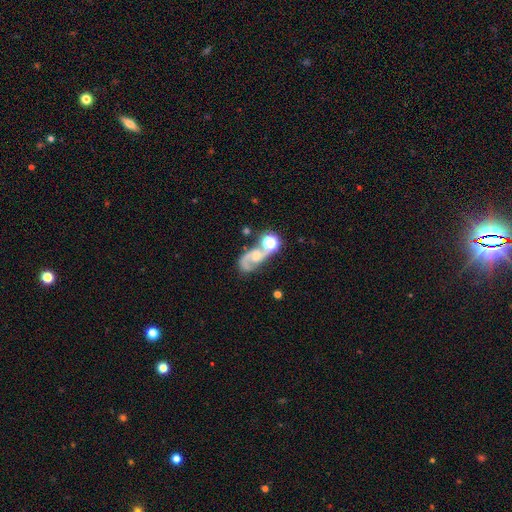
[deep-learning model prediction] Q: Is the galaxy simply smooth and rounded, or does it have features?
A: featured or disk — 76%.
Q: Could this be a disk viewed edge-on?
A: no — 97%.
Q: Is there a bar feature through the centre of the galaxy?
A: no — 58%.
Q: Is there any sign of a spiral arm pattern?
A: yes — 94%.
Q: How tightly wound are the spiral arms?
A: medium — 47%.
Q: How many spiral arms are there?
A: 2 — 82%.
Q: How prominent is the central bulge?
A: small — 40%.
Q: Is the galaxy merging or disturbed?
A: none — 43%.